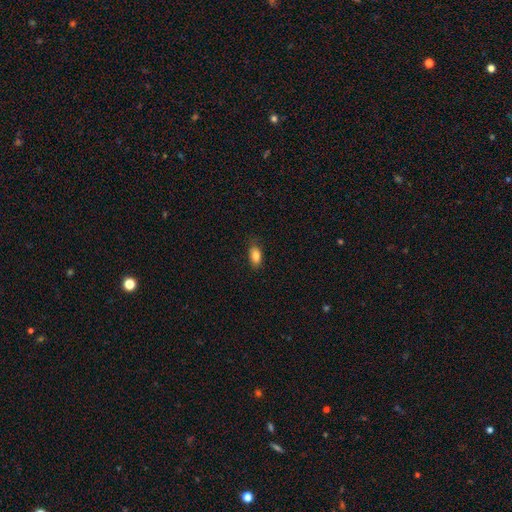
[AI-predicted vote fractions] Morphology: type=smooth (85%); roundness=in between (90%); merging=none (81%).